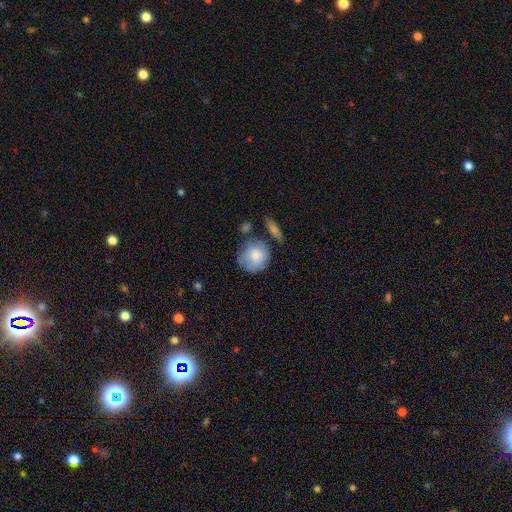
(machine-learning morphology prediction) smooth-or-featured: smooth: 80% | featured or disk: 13% | star or artifact: 6%
  how-rounded: round: 89% | in between: 10% | cigar-shaped: 1%
  merging: none: 63% | minor disturbance: 22% | merger: 9% | major disturbance: 6%